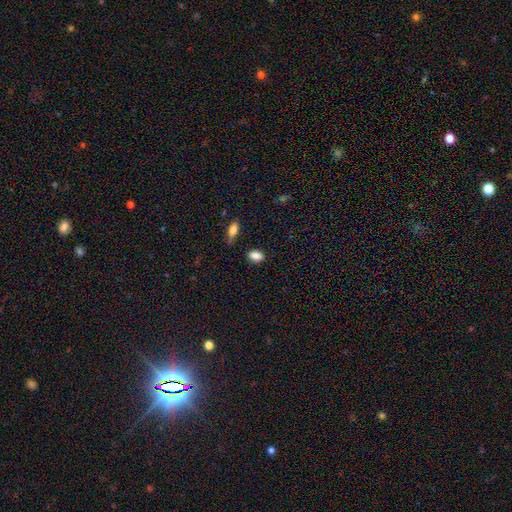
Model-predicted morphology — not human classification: This is clearly a smooth galaxy (85%). How rounded: clearly in between (82%). Merging: clearly none (83%).